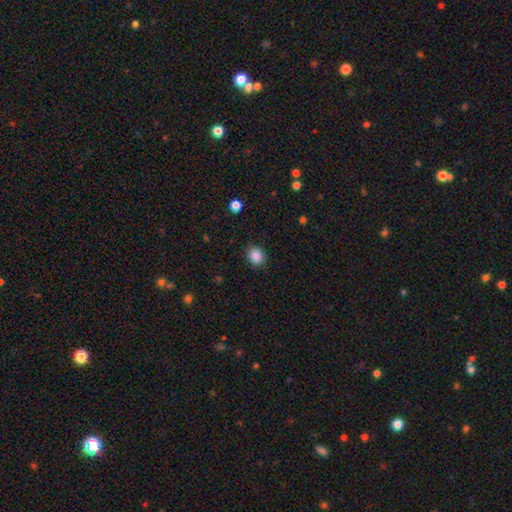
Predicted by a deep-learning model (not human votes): smooth-or-featured: smooth: 86% | star or artifact: 10% | featured or disk: 4%
  how-rounded: round: 67% | in between: 32% | cigar-shaped: 1%
  merging: none: 88% | minor disturbance: 8% | major disturbance: 2% | merger: 1%